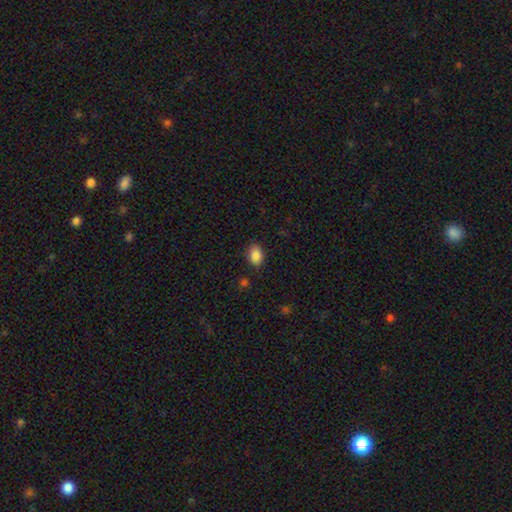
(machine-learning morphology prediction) Overall: smooth (86%). How rounded: in between (77%). Merging: none (83%).